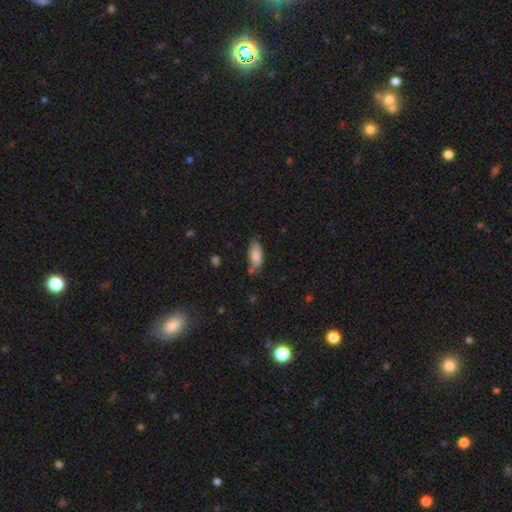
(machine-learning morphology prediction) This is clearly a smooth galaxy (85%). How rounded: clearly in between (83%). Merging: likely none (69%).